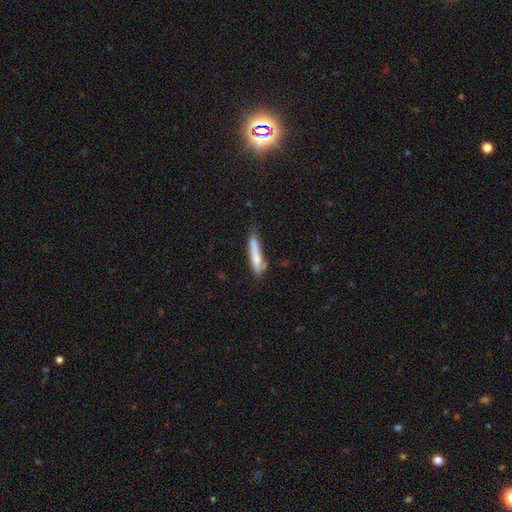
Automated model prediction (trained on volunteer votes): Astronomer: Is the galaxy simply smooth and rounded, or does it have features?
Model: smooth — 72%.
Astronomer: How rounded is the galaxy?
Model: cigar-shaped — 87%.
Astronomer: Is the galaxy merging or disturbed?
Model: none — 54%.